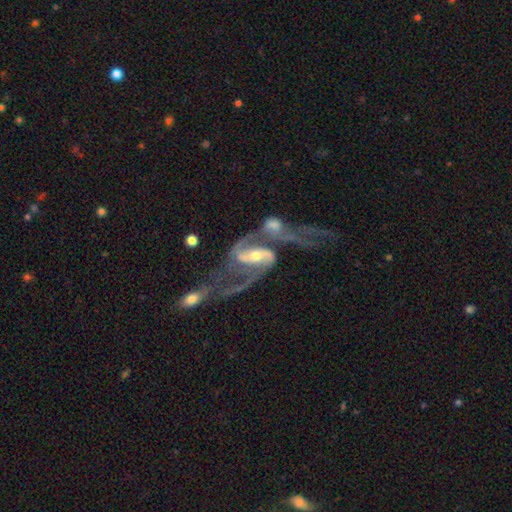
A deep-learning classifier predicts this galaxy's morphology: Smooth or featured: featured or disk — 91% (star or artifact — 5%)
Edge-on disk: no — 96% (yes — 4%)
Bar: strong — 42% (weak — 39%)
Spiral arms: yes — 97% (no — 3%)
Spiral winding: loose — 52% (medium — 37%)
Spiral arm count: 2 — 90% (can't tell — 3%)
Bulge size: moderate — 55% (small — 36%)
Merging: merger — 54% (major disturbance — 19%)